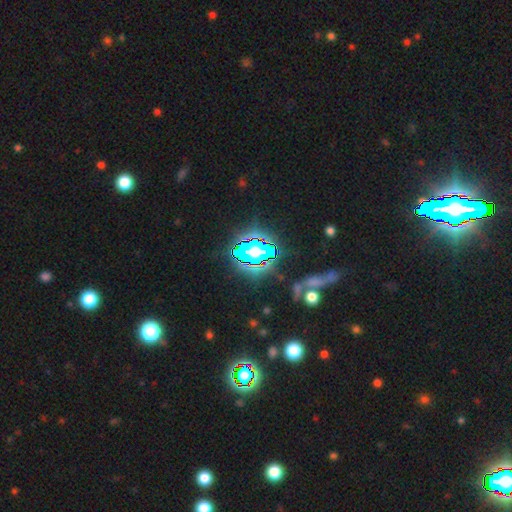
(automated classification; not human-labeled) This appears to be a star or artifact, not a galaxy (67%).